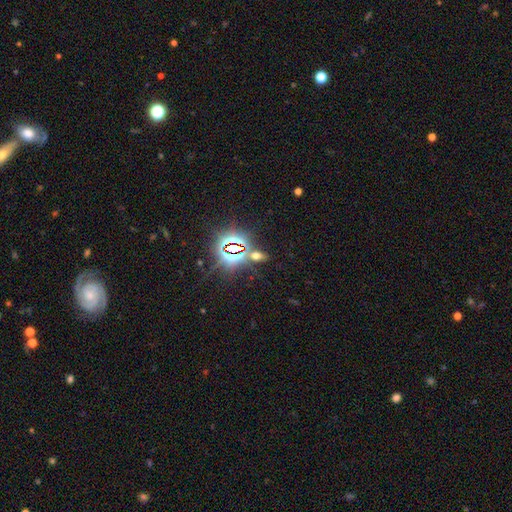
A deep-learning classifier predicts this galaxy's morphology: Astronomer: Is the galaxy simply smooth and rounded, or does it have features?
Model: star or artifact — 56% (runner-up: smooth, 33%).